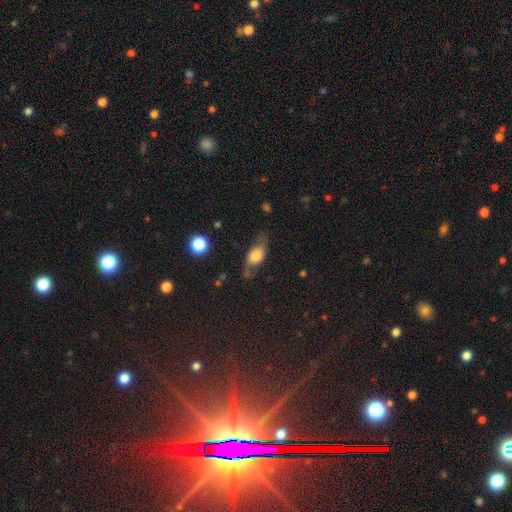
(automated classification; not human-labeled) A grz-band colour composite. It shows a smooth galaxy with no disk features (60%) that is in between round and cigar-shaped (78%). Merging: none (57%).